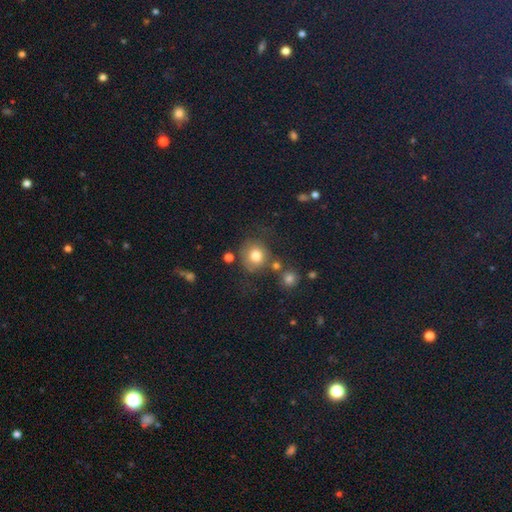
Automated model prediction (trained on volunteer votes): smooth_or_featured: smooth (p=0.78) [alt: star or artifact p=0.12]
how_rounded: round (p=0.84) [alt: in between p=0.15]
merging: none (p=0.64) [alt: minor disturbance p=0.17]